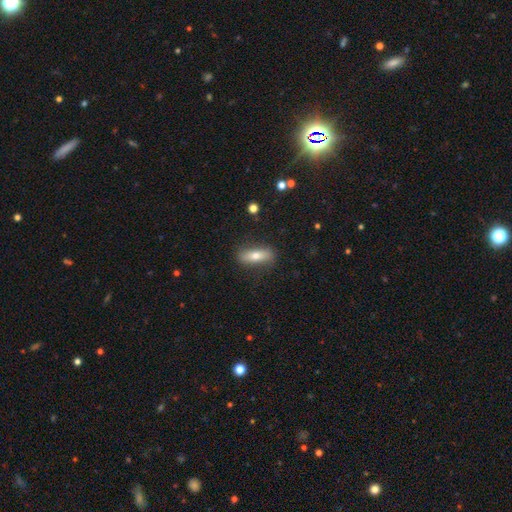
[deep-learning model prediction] Smooth or featured: smooth — 67% (featured or disk — 26%)
How rounded: in between — 50% (cigar-shaped — 47%)
Merging: none — 83% (minor disturbance — 13%)